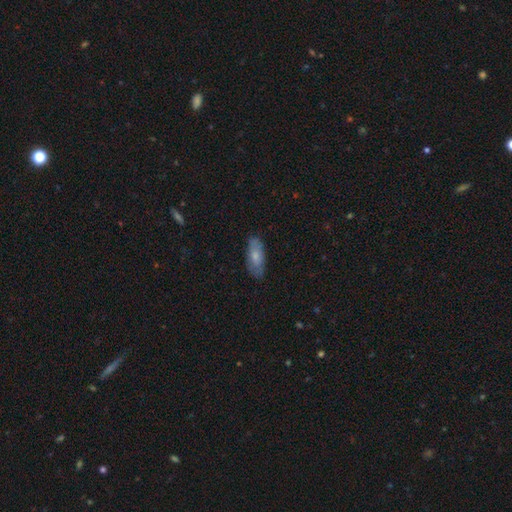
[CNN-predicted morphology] Smooth or featured? smooth (68%)
How rounded? in between (80%)
Merging? none (75%)